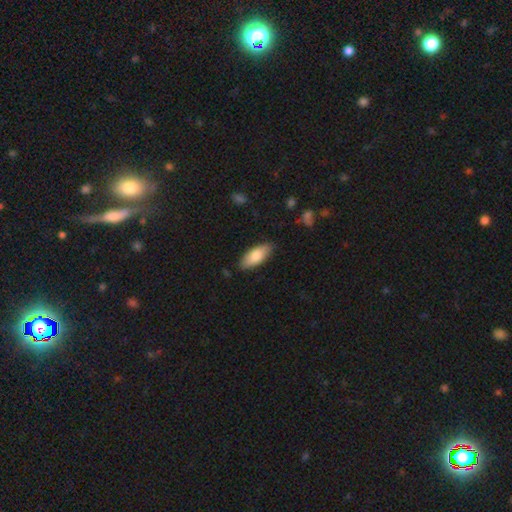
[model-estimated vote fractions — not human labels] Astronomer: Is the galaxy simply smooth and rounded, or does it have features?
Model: smooth — 83%.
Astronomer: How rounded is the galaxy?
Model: in between — 84%.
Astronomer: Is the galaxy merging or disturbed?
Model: none — 84%.